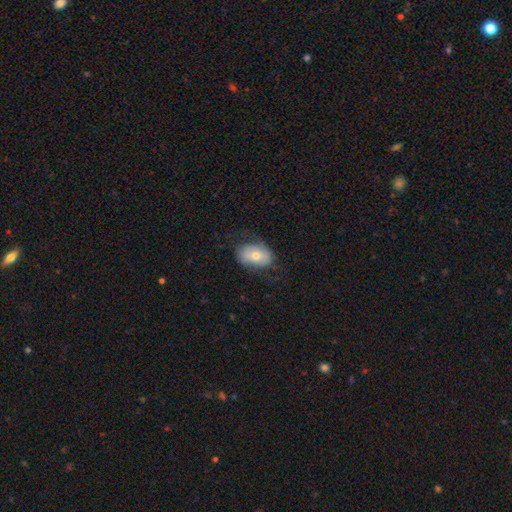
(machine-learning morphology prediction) Smooth or featured: smooth — 57% (featured or disk — 36%)
How rounded: in between — 83% (round — 16%)
Merging: none — 62% (minor disturbance — 23%)